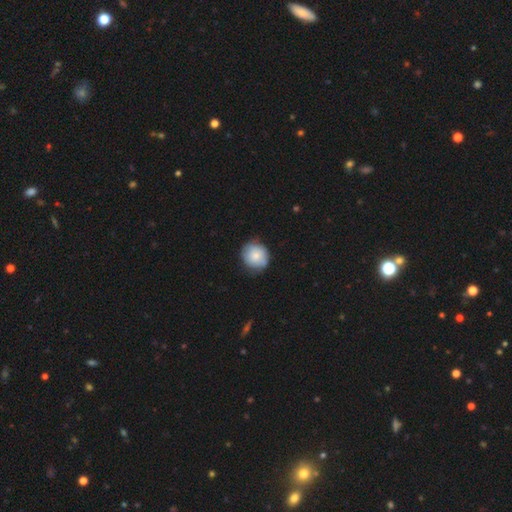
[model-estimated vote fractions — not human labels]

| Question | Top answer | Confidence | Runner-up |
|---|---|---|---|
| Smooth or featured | smooth | 78% | featured or disk (15%) |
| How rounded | round | 86% | in between (13%) |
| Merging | none | 77% | minor disturbance (19%) |